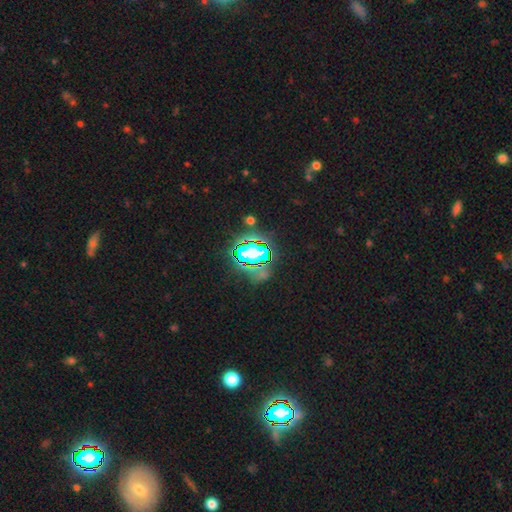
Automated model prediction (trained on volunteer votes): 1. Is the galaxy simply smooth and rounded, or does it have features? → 79% star or artifact, 13% smooth, 8% featured or disk.